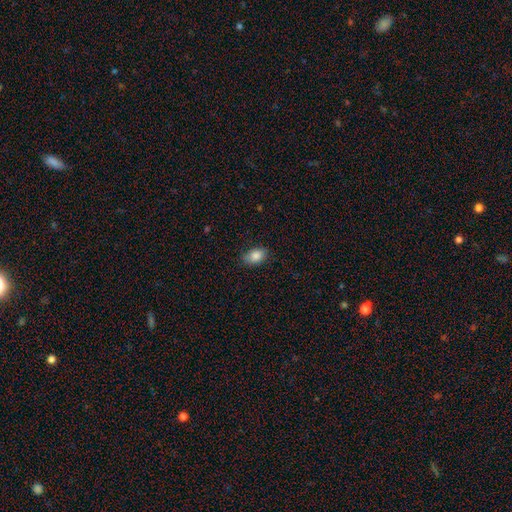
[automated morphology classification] type=smooth (86%); roundness=in between (86%); merging=none (79%).